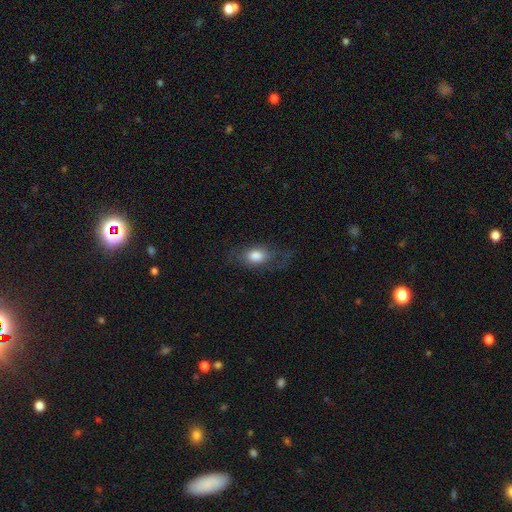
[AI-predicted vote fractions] Smooth or featured: smooth — 71% (featured or disk — 21%)
How rounded: in between — 78% (round — 16%)
Merging: none — 61% (minor disturbance — 21%)